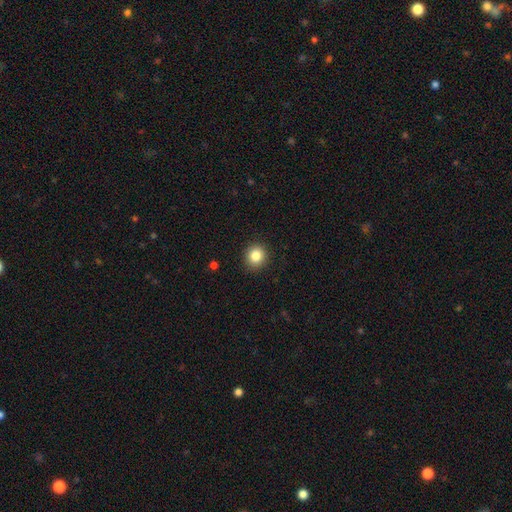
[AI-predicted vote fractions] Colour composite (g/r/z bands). It shows a smooth galaxy with no disk features (84%) that is round (88%). Merging: none (91%).